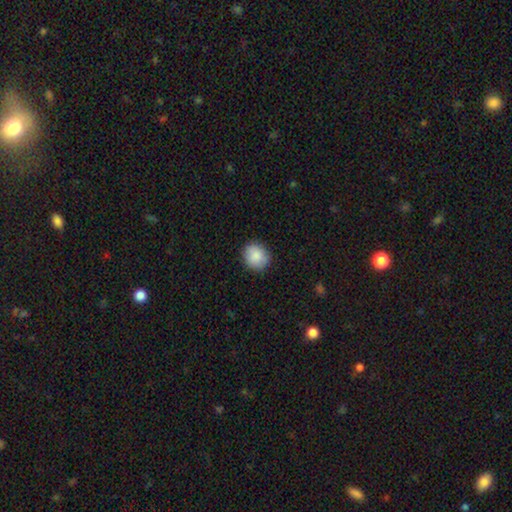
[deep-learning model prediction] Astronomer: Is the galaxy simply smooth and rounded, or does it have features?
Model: smooth — 88%.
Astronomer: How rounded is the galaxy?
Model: round — 84%.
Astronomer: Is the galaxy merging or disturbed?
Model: none — 88%.